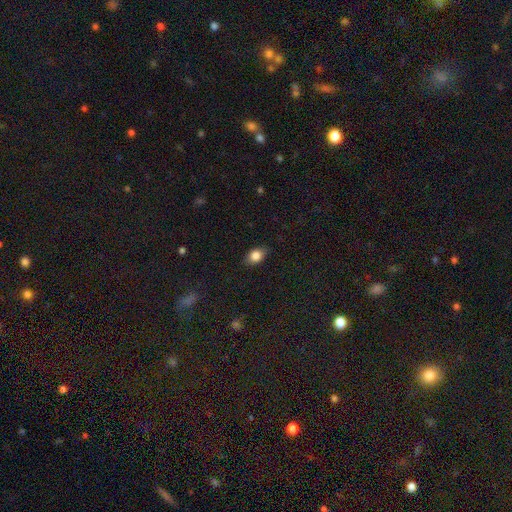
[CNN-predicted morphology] smooth_or_featured: smooth (p=0.81) [alt: featured or disk p=0.10]
how_rounded: in between (p=0.78) [alt: round p=0.20]
merging: none (p=0.84) [alt: minor disturbance p=0.13]